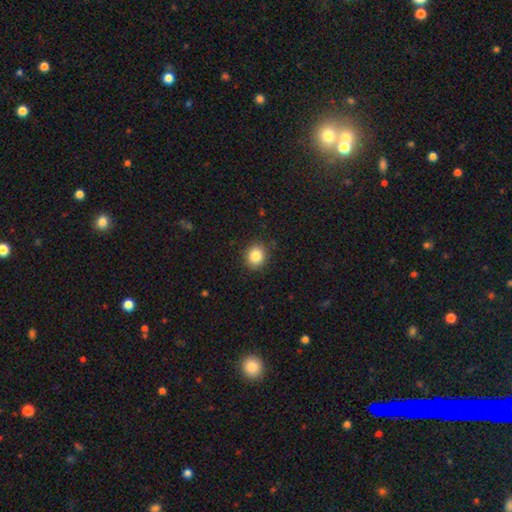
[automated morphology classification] Q: Smooth or featured?
A: smooth (85%); runner-up: star or artifact (10%)
Q: How rounded?
A: round (73%); runner-up: in between (26%)
Q: Merging?
A: none (87%); runner-up: minor disturbance (9%)